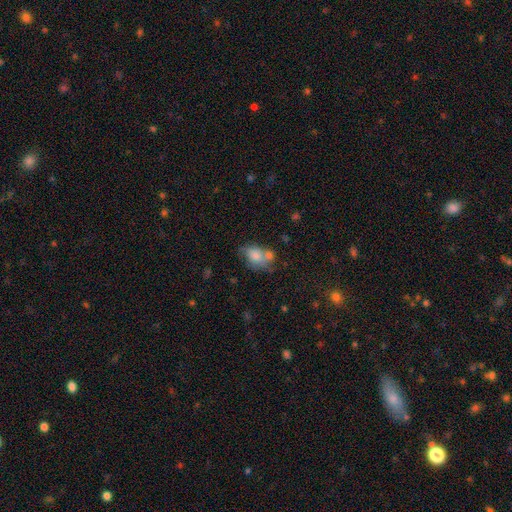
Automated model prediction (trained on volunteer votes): This appears to be a smooth galaxy with no disk features (74%) that is in between round and cigar-shaped (76%). Merging: none (35%).